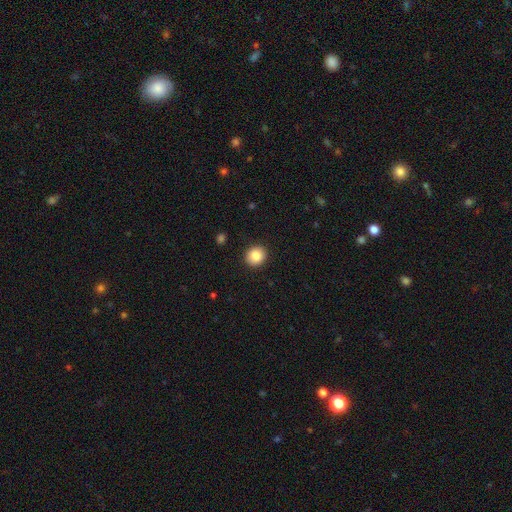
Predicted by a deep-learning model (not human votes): smooth-or-featured: smooth: 85% | star or artifact: 9% | featured or disk: 6%
  how-rounded: round: 81% | in between: 18% | cigar-shaped: 1%
  merging: none: 91% | minor disturbance: 6% | major disturbance: 2% | merger: 1%